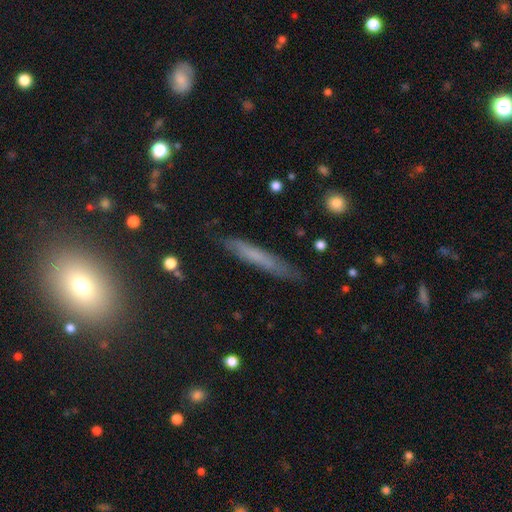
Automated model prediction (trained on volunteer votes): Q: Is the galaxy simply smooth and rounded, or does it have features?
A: smooth — 56%.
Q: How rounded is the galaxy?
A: cigar-shaped — 92%.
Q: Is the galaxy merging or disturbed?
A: none — 80%.